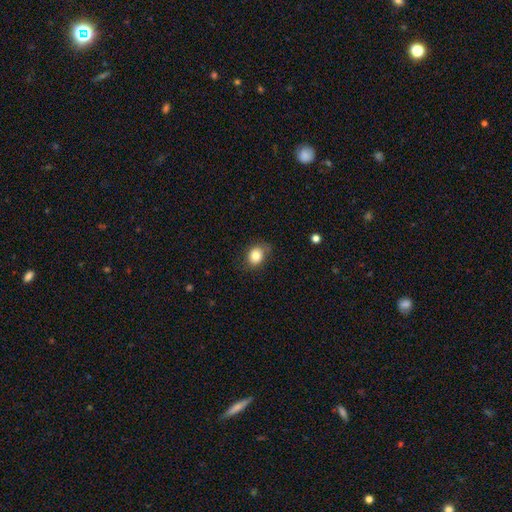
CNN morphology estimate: Overall: smooth (81%). How rounded: in between (52%; round 47%). Merging: none (72%).